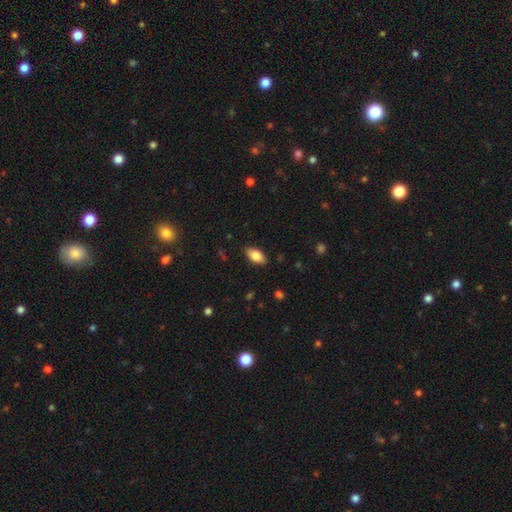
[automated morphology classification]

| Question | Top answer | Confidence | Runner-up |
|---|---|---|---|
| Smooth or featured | smooth | 83% | featured or disk (10%) |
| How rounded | in between | 92% | cigar-shaped (5%) |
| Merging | none | 87% | minor disturbance (10%) |